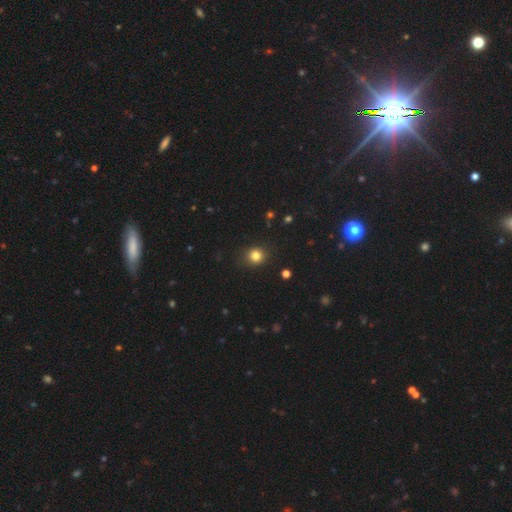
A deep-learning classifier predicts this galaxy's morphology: This appears to be a smooth galaxy with no disk features (82%) that is round (87%). Merging: none (88%).